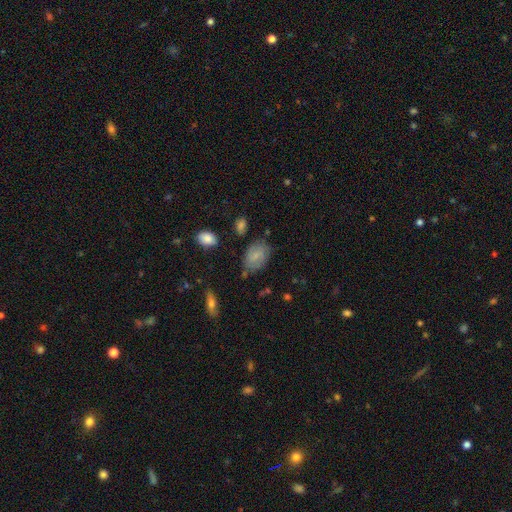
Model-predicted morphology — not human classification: type=smooth (67%); roundness=in between (84%); merging=none (68%).